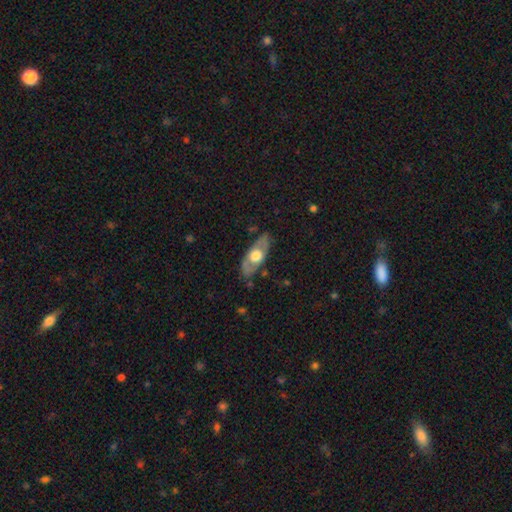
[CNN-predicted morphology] Smooth or featured: featured or disk — 52% (smooth — 43%)
Edge-on disk: no — 62% (yes — 38%)
Merging: none — 79% (minor disturbance — 15%)